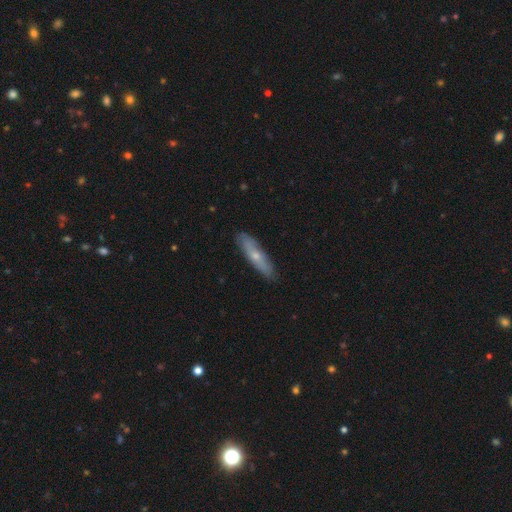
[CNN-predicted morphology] smooth 52%, featured or disk 42%, star or artifact 6%. Down the decision tree: how rounded — cigar-shaped (76%); merging — none (85%).